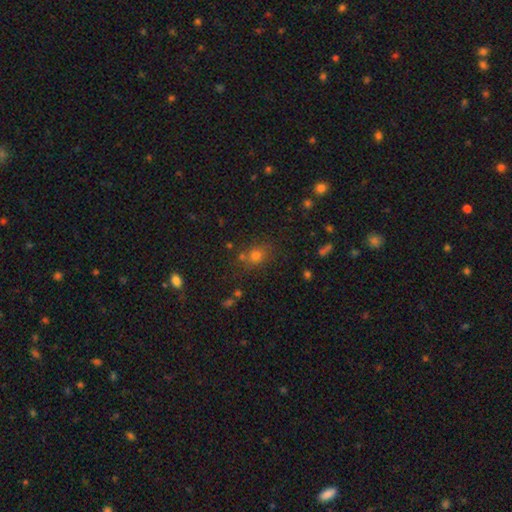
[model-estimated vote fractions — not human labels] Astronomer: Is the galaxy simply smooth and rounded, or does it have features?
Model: smooth — 68%.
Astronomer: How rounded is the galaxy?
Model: round — 69%.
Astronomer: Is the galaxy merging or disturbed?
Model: none — 71%.